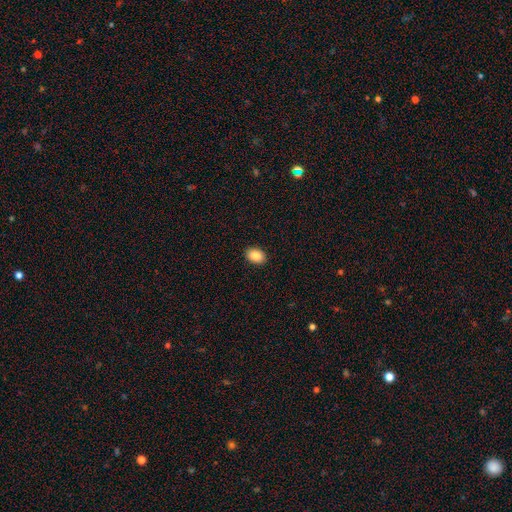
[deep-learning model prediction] Smooth or featured? Predicted: smooth (p=0.88). How rounded? Predicted: in between (p=0.79). Merging? Predicted: none (p=0.91).